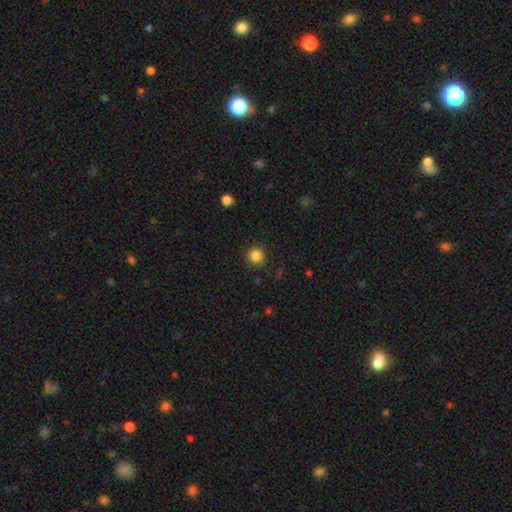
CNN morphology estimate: Overall: smooth (86%). How rounded: round (94%). Merging: none (90%).